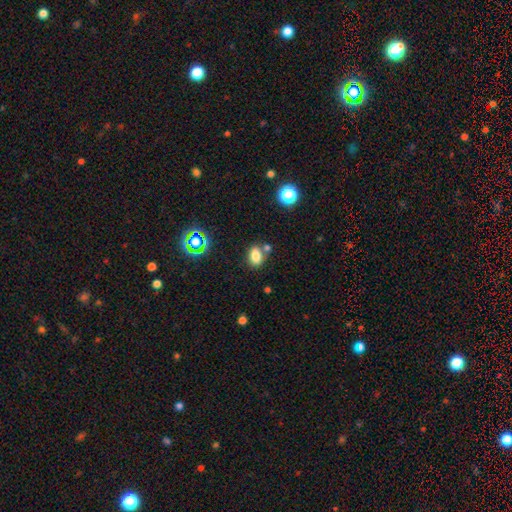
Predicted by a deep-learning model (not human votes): Overall: smooth (79%). How rounded: in between (78%). Merging: none (68%).